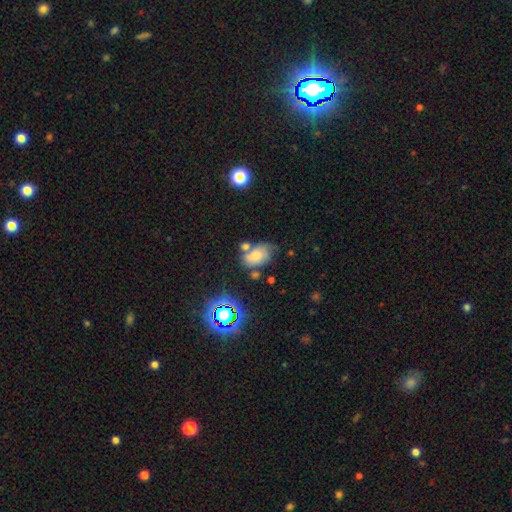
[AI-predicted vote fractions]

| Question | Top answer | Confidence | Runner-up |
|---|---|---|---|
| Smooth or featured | smooth | 68% | featured or disk (17%) |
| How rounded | in between | 86% | round (13%) |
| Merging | none | 43% | merger (25%) |